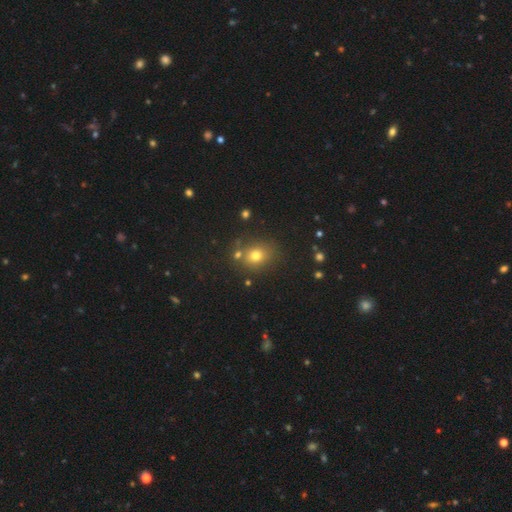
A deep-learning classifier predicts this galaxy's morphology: Smooth or featured? Predicted: smooth (p=0.73). How rounded? Predicted: round (p=0.68). Merging? Predicted: none (p=0.73).